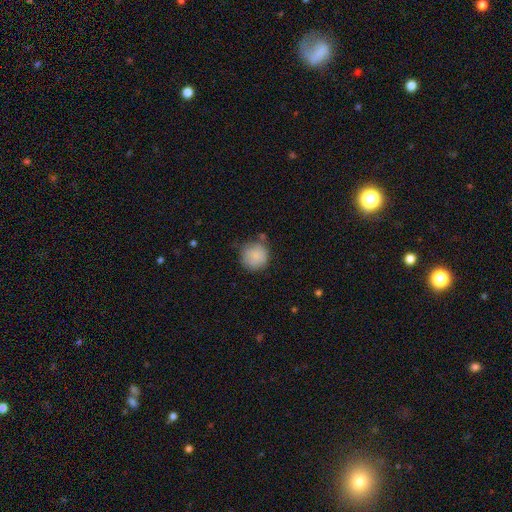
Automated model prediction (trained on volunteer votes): Smooth or featured?
  - smooth: 85% *
  - featured or disk: 8%
  - star or artifact: 7%
How rounded?
  - round: 93% *
  - in between: 6%
  - cigar-shaped: 1%
Merging?
  - none: 70% *
  - minor disturbance: 20%
  - major disturbance: 5%
  - merger: 5%